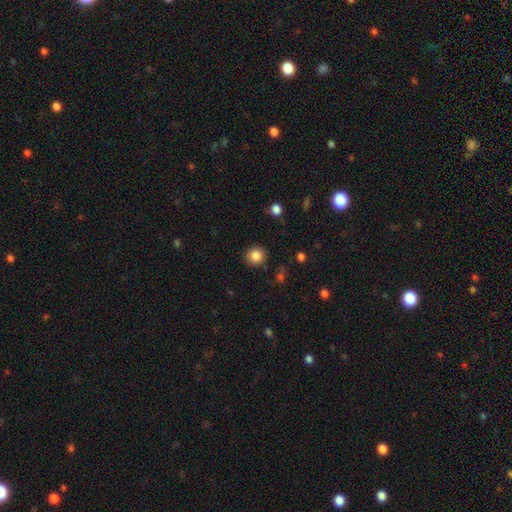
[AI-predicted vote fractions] smooth_or_featured: smooth (p=0.85) [alt: star or artifact p=0.10]
how_rounded: round (p=0.89) [alt: in between p=0.10]
merging: none (p=0.89) [alt: minor disturbance p=0.07]